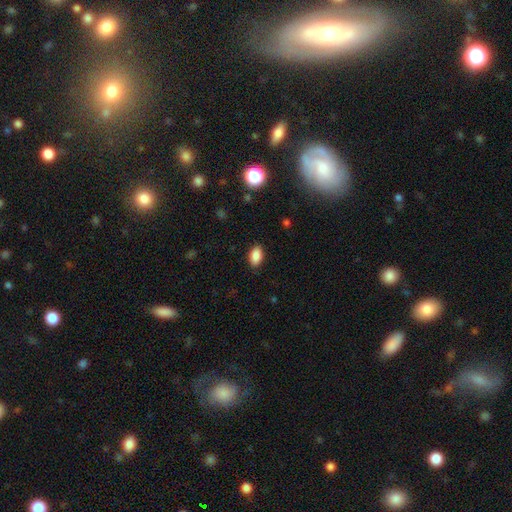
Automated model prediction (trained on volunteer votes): A smooth galaxy with no disk features (88%) that is in between round and cigar-shaped (92%). Merging: none (87%).